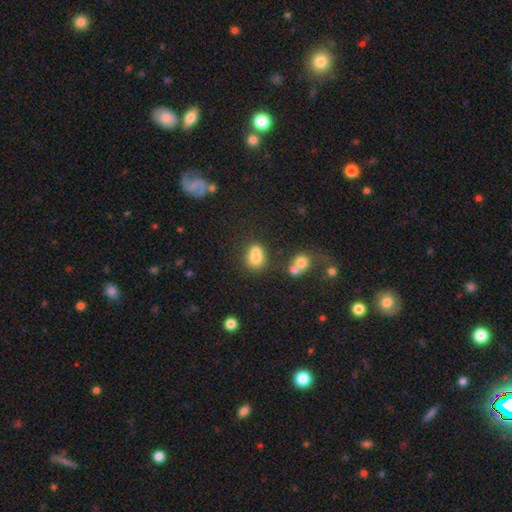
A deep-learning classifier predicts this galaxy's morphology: Smooth or featured? smooth (80%)
How rounded? in between (73%)
Merging? none (51%)